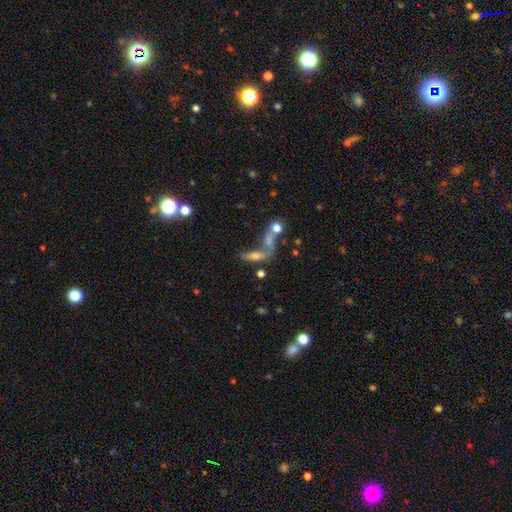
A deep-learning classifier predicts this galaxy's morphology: The model was most divided on "smooth or featured": smooth: 46%, featured or disk: 37%, star or artifact: 17%. Remaining: merging — merger (50%).